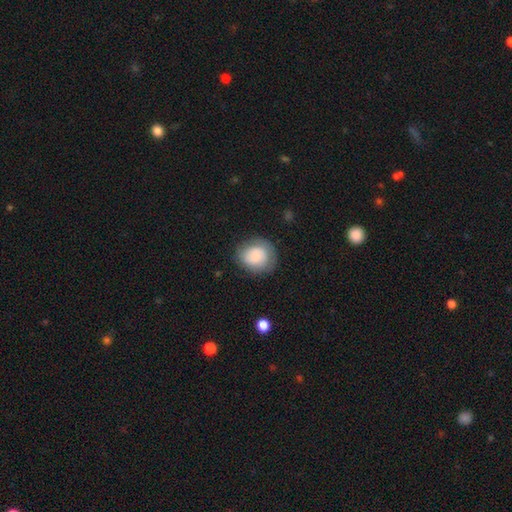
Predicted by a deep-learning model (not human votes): Overall: smooth (67%). How rounded: round (73%). Merging: none (76%).